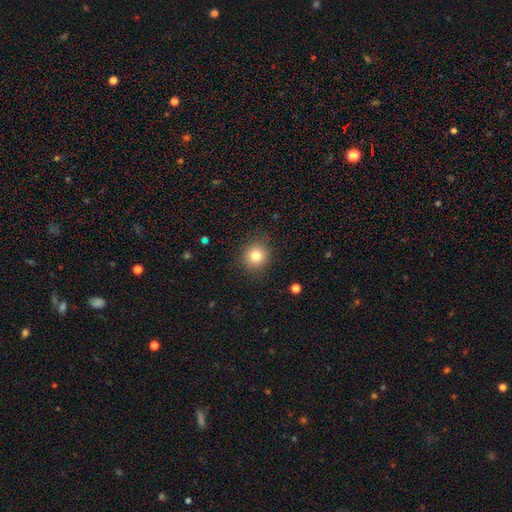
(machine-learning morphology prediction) Smooth or featured? smooth (80%)
How rounded? round (89%)
Merging? none (89%)